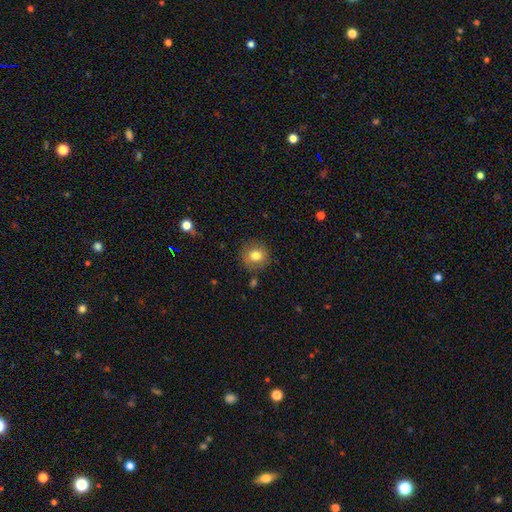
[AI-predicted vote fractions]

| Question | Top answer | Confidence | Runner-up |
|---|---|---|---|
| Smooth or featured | smooth | 80% | star or artifact (10%) |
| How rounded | round | 87% | in between (12%) |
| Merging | none | 83% | minor disturbance (11%) |